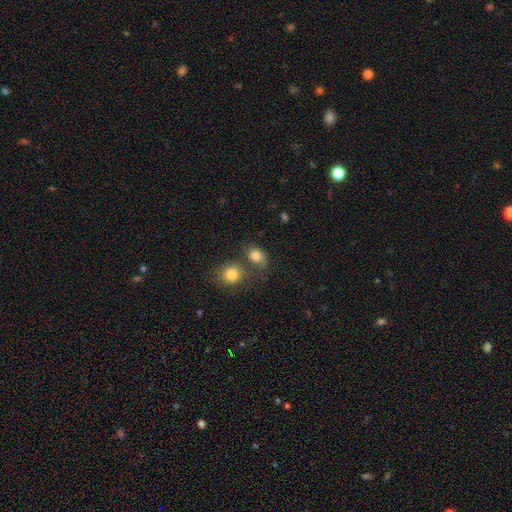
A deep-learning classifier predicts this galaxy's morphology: Overall: smooth (82%). How rounded: in between (58%; round 41%). Merging: none (49%; merger 31%).